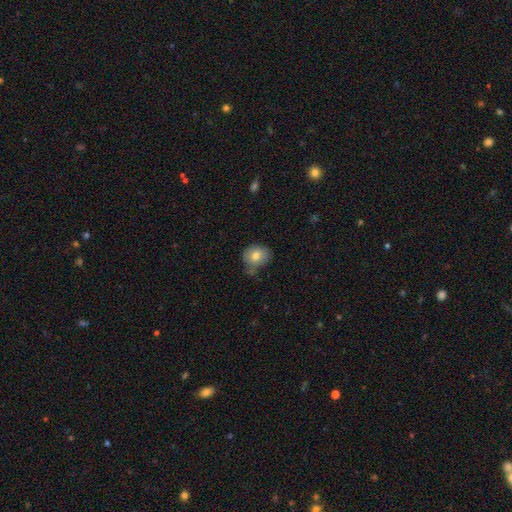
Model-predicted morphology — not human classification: This appears to be a smooth galaxy with no disk features (78%) that is round (72%). Merging: none (62%).